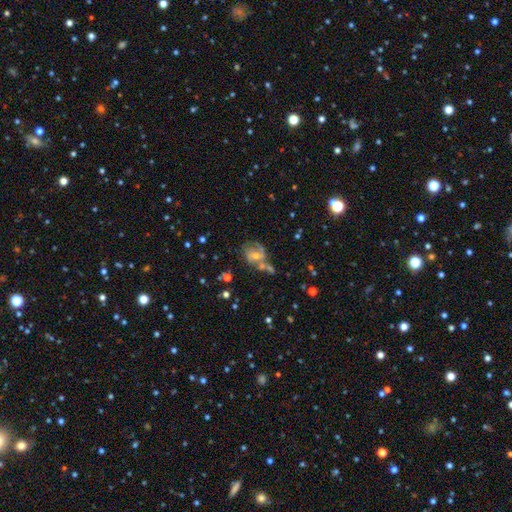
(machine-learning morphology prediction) Smooth or featured?
  - featured or disk: 50% *
  - smooth: 35%
  - star or artifact: 14%
Edge-on disk?
  - no: 96% *
  - yes: 4%
Merging?
  - none: 32% *
  - merger: 29%
  - major disturbance: 20%
  - minor disturbance: 19%